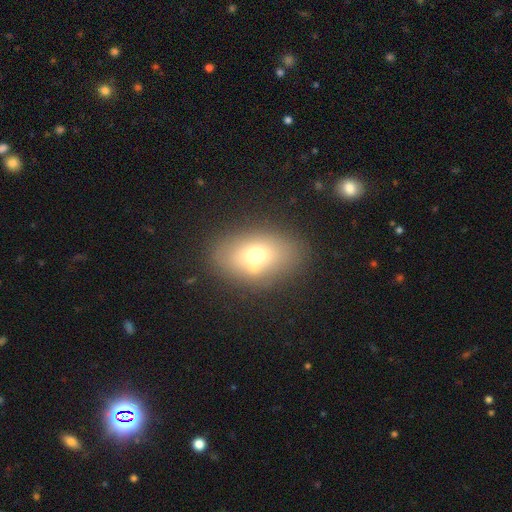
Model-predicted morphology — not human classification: The model was most divided on "smooth or featured": smooth: 68%, featured or disk: 19%, star or artifact: 13%. More confident: how rounded — in between (76%); merging — none (70%).